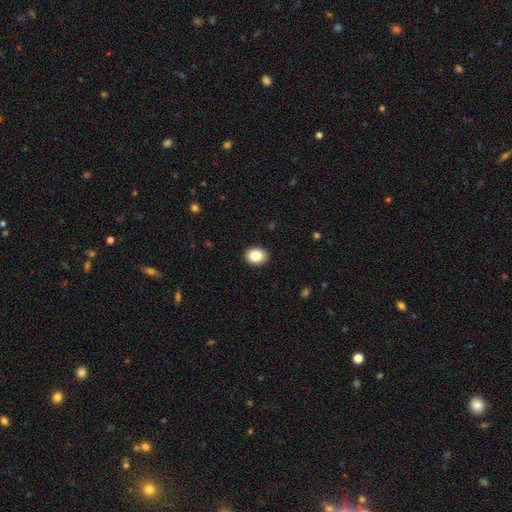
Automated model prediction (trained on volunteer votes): Smooth or featured? smooth (86%)
How rounded? in between (54%)
Merging? none (91%)